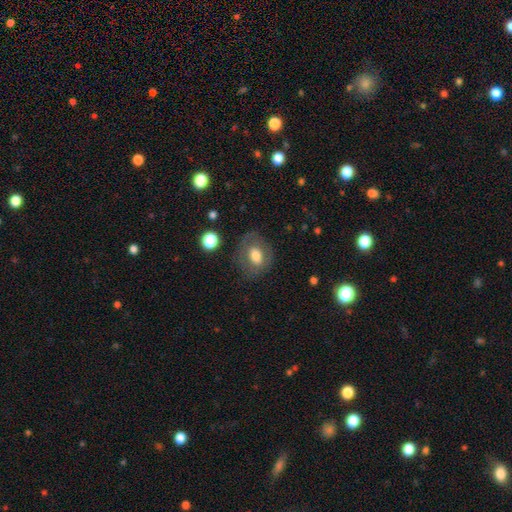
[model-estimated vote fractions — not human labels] Overall: smooth (62%; featured or disk 29%). How rounded: in between (59%; round 40%). Merging: none (71%).